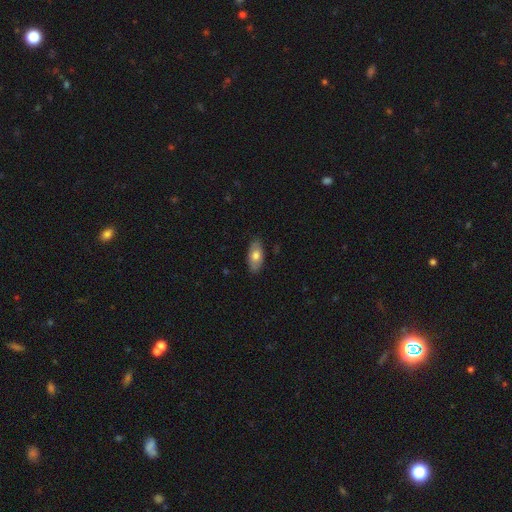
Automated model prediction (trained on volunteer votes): The model was most divided on "smooth or featured": smooth: 72%, featured or disk: 22%, star or artifact: 6%. More confident: how rounded — in between (90%); merging — none (86%).